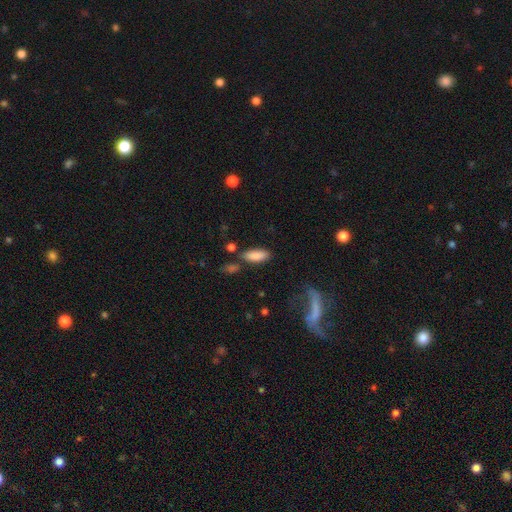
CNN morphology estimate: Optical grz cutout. It shows a smooth galaxy with no disk features (87%) that is in between round and cigar-shaped (78%). Merging: none (72%).